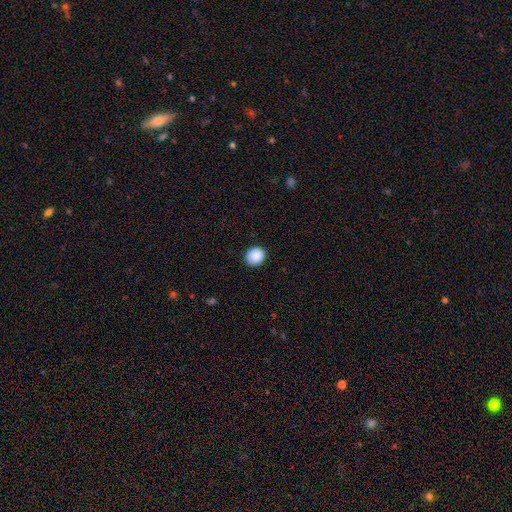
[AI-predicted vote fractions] smooth-or-featured: smooth: 89% | star or artifact: 8% | featured or disk: 3%
  how-rounded: round: 81% | in between: 18% | cigar-shaped: 1%
  merging: none: 90% | minor disturbance: 7% | major disturbance: 2% | merger: 1%